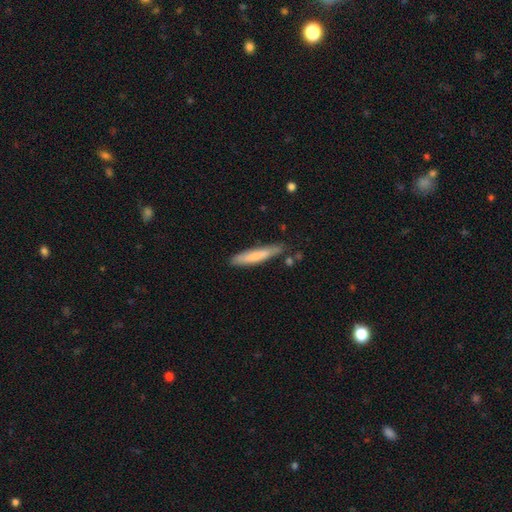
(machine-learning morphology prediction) A smooth galaxy with no disk features (71%) that is cigar-shaped (90%). Merging: none (76%).